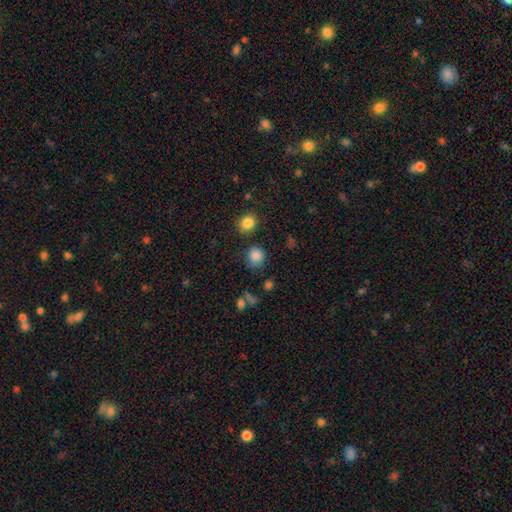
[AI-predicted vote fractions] Overall: smooth (84%). How rounded: round (86%). Merging: none (79%).